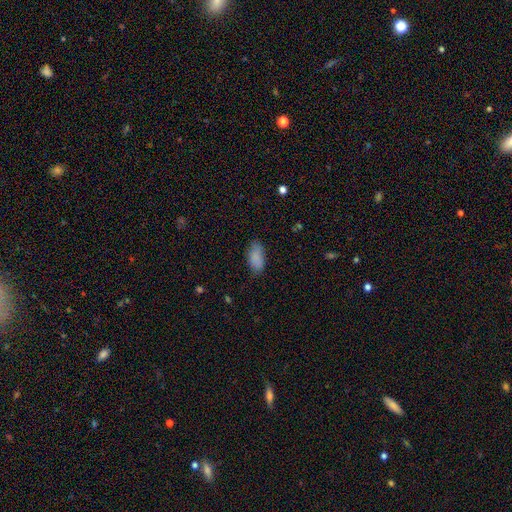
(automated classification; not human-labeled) Morphology: type=smooth (87%); roundness=in between (90%); merging=none (75%).